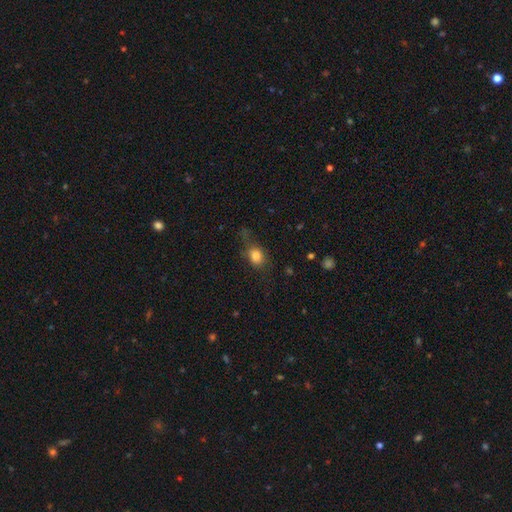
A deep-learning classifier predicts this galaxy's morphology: The model was most divided on "how rounded": in between: 52%, round: 45%, cigar-shaped: 2%. More confident: smooth or featured — smooth (82%); merging — none (51%).